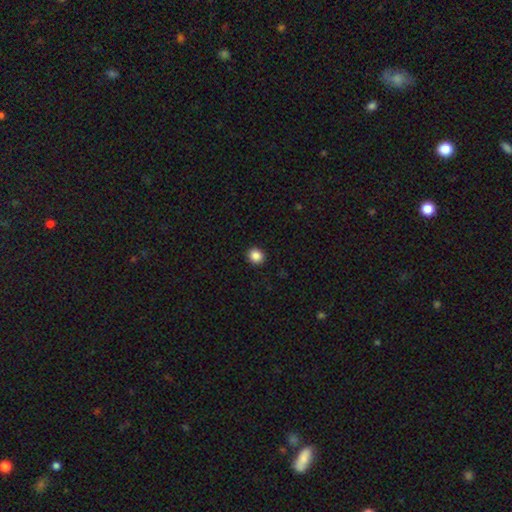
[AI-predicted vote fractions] smooth-or-featured: smooth: 87% | star or artifact: 10% | featured or disk: 3%
  how-rounded: round: 88% | in between: 11% | cigar-shaped: 1%
  merging: none: 93% | minor disturbance: 5% | major disturbance: 2% | merger: 1%